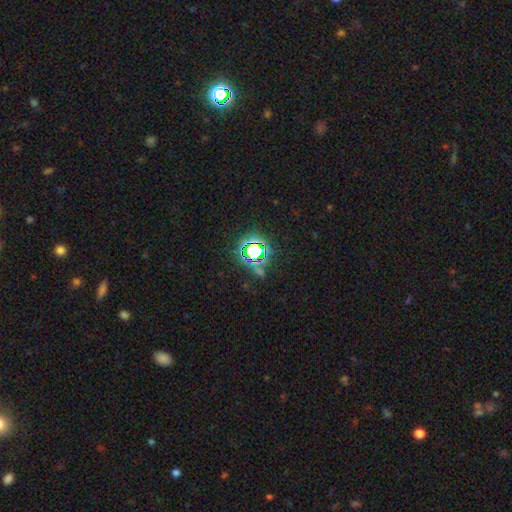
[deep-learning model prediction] smooth-or-featured: star or artifact: 75% | smooth: 16% | featured or disk: 8%